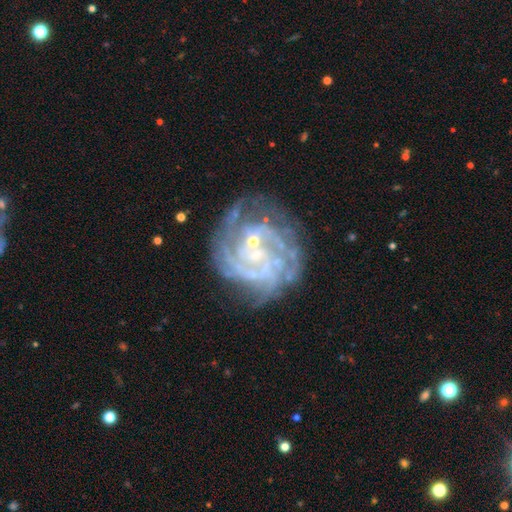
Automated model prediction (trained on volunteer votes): Smooth or featured? Predicted: featured or disk (p=0.87). Edge-on disk? Predicted: no (p=0.98). Bar? Predicted: no (p=0.59). Spiral arms? Predicted: yes (p=0.96). Spiral winding? Predicted: tight (p=0.71). Spiral arm count? Predicted: can't tell (p=0.26). Bulge size? Predicted: small (p=0.70). Merging? Predicted: none (p=0.67).